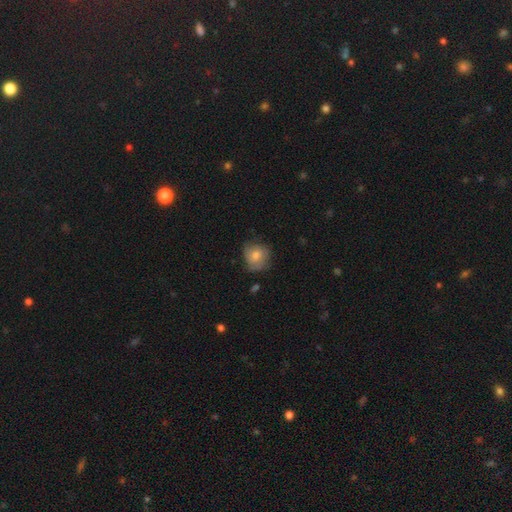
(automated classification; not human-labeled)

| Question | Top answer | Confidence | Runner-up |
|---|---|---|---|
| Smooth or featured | smooth | 66% | featured or disk (27%) |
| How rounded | round | 76% | in between (23%) |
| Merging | none | 60% | minor disturbance (29%) |